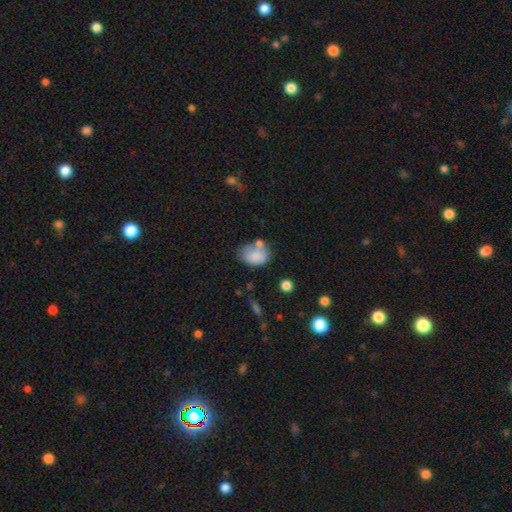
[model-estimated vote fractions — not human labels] A smooth galaxy with no disk features (80%) that is in between round and cigar-shaped (71%).

Vote fractions:
- Smooth or featured? smooth: 80% / featured or disk: 11% / star or artifact: 9%
- How rounded? in between: 71% / round: 28% / cigar-shaped: 1%
- Merging? none: 50% / minor disturbance: 23% / merger: 18% / major disturbance: 9%